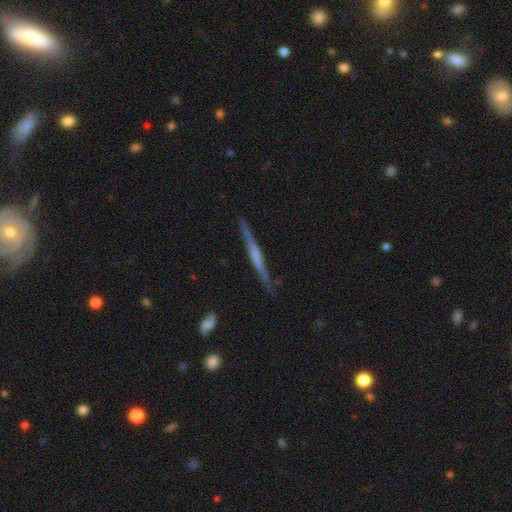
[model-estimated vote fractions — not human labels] Smooth or featured: featured or disk — 66% (smooth — 28%)
Edge-on disk: yes — 97% (no — 3%)
Edge-on bulge: none — 49% (rounded — 28%)
Merging: none — 86% (minor disturbance — 10%)